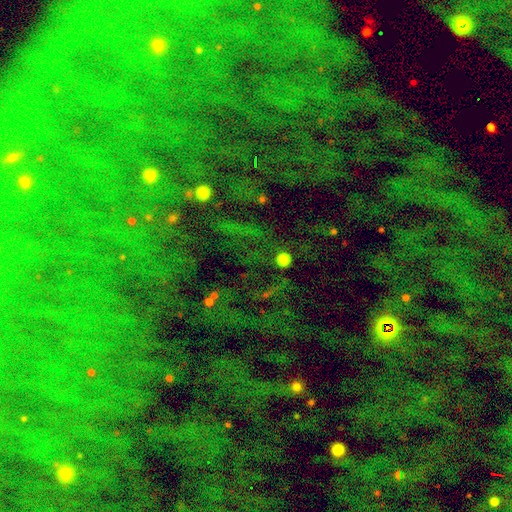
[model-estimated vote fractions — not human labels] star or artifact 75%, smooth 14%, featured or disk 10%.